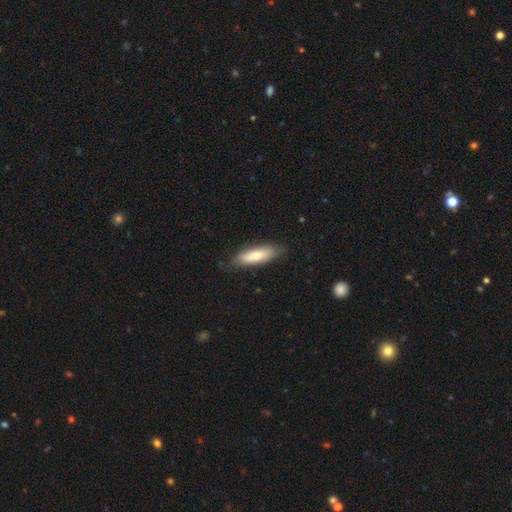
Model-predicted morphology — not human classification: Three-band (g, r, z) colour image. It shows a smooth galaxy with no disk features (72%) that is in between round and cigar-shaped (49%, tied with cigar-shaped). Merging: none (80%).